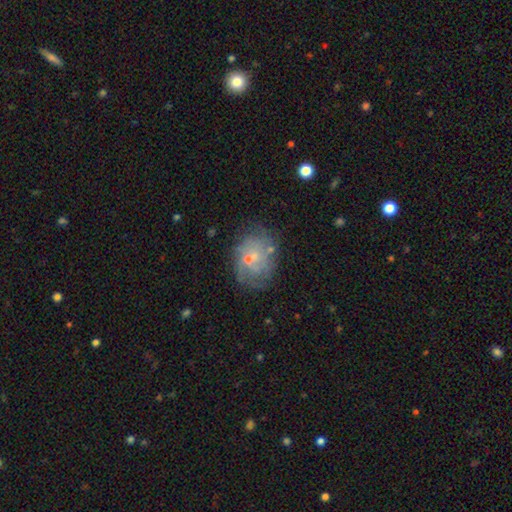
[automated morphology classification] A featured or disk galaxy (59%) with no bar (73%), spiral arms (65%) and a small central bulge (69%).

Vote fractions:
- Smooth or featured? featured or disk: 59% / smooth: 29% / star or artifact: 13%
- Edge-on disk? no: 97% / yes: 3%
- Bar? no: 73% / weak: 23% / strong: 4%
- Spiral arms? yes: 65% / no: 35%
- Bulge size? small: 69% / moderate: 25% / none: 4% / large: 1% / dominant: 1%
- Merging? none: 62% / minor disturbance: 21% / major disturbance: 11% / merger: 6%